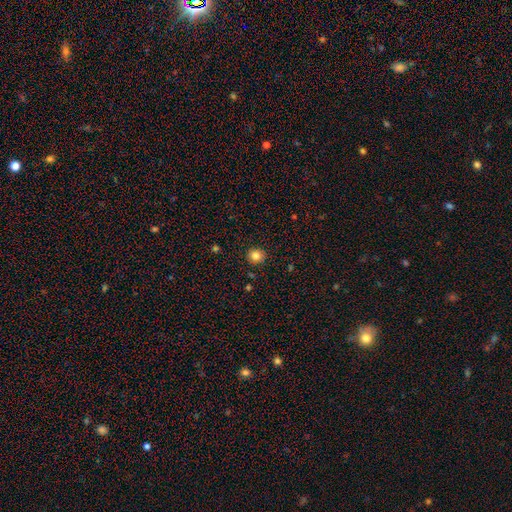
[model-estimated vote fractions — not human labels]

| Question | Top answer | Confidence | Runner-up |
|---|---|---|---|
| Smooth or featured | smooth | 82% | star or artifact (11%) |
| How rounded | round | 87% | in between (12%) |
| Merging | none | 90% | minor disturbance (7%) |